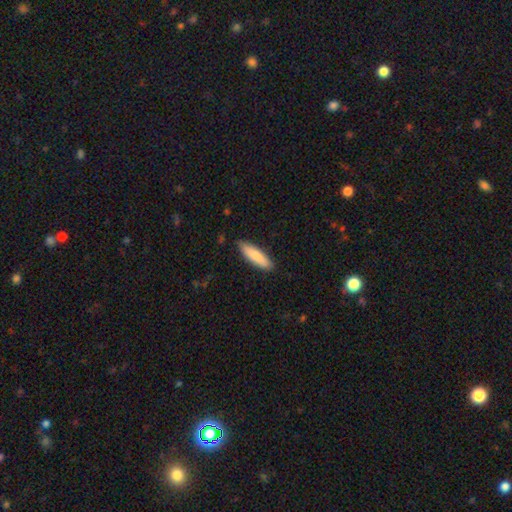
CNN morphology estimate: Smooth or featured?
  - smooth: 85% *
  - featured or disk: 10%
  - star or artifact: 5%
How rounded?
  - cigar-shaped: 65% *
  - in between: 33%
  - round: 1%
Merging?
  - none: 86% *
  - minor disturbance: 11%
  - major disturbance: 2%
  - merger: 1%